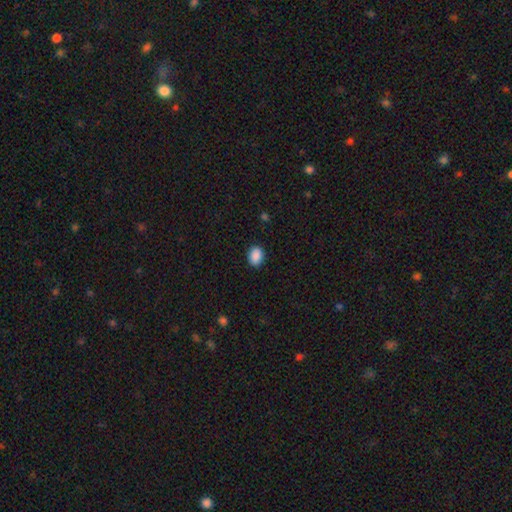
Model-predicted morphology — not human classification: This is clearly a smooth galaxy (90%). How rounded: likely in between (69%). Merging: clearly none (89%).